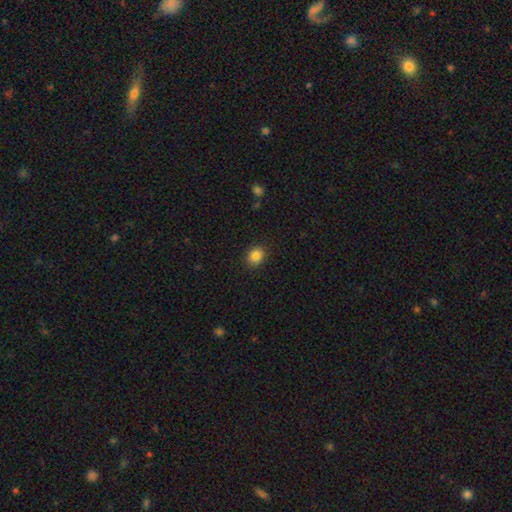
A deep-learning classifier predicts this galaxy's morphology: smooth 85%, star or artifact 11%, featured or disk 4%. Down the decision tree: how rounded — round (69%); merging — none (89%).